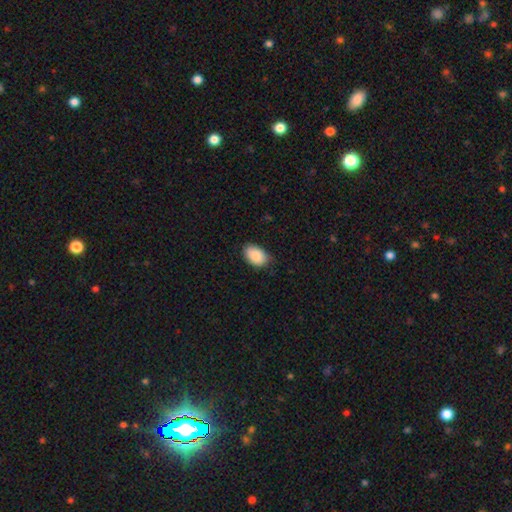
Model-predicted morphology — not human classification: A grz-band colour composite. It shows a smooth galaxy with no disk features (89%) that is in between round and cigar-shaped (89%). Merging: none (76%).